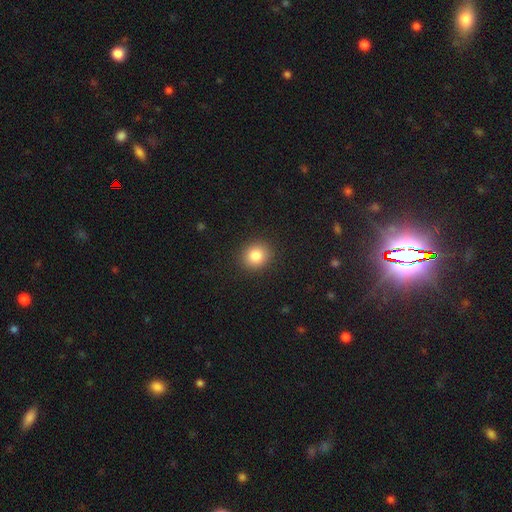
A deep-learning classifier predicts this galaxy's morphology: Smooth or featured? Predicted: smooth (p=0.84). How rounded? Predicted: round (p=0.83). Merging? Predicted: none (p=0.91).